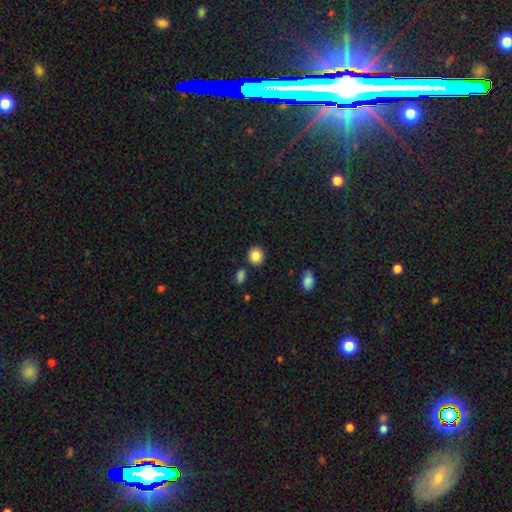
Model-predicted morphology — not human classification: smooth-or-featured: smooth: 85% | star or artifact: 9% | featured or disk: 6%
  how-rounded: round: 82% | in between: 17% | cigar-shaped: 1%
  merging: none: 86% | minor disturbance: 8% | merger: 5% | major disturbance: 2%